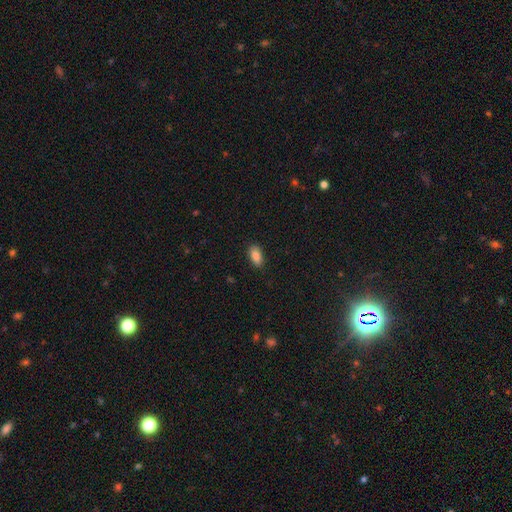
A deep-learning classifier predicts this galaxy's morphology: type=smooth (88%); roundness=in between (91%); merging=none (87%).